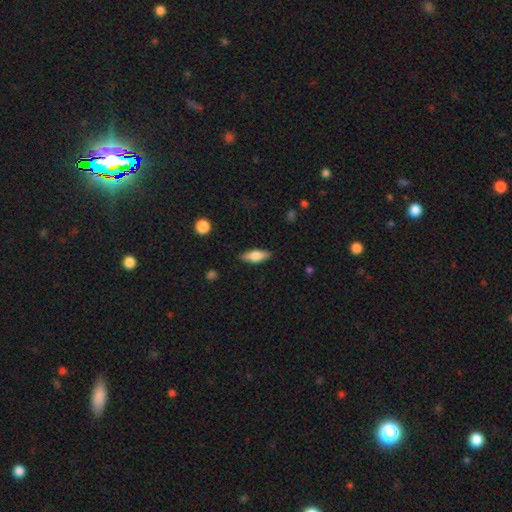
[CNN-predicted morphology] smooth_or_featured: smooth (p=0.63) [alt: featured or disk p=0.31]
how_rounded: in between (p=0.68) [alt: cigar-shaped p=0.29]
merging: none (p=0.85) [alt: minor disturbance p=0.12]